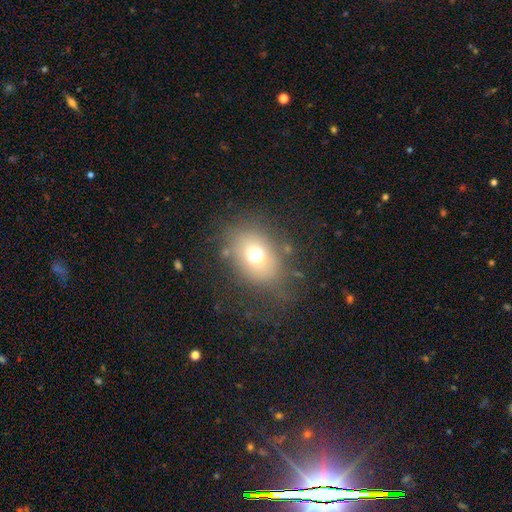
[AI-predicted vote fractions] smooth 68%, featured or disk 17%, star or artifact 15%. Down the decision tree: how rounded — in between (61%); merging — none (69%).